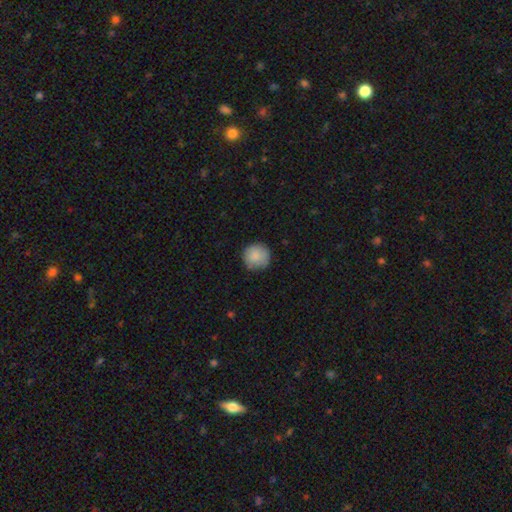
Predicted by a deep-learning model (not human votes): Smooth or featured? Predicted: smooth (p=0.86). How rounded? Predicted: round (p=0.94). Merging? Predicted: none (p=0.83).